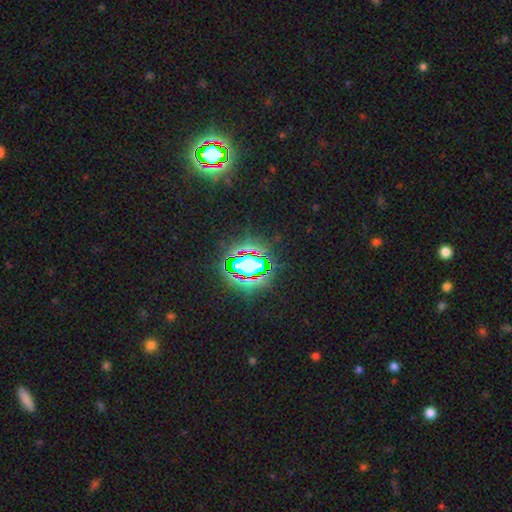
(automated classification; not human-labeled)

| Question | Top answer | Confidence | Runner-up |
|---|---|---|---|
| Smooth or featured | star or artifact | 74% | smooth (15%) |